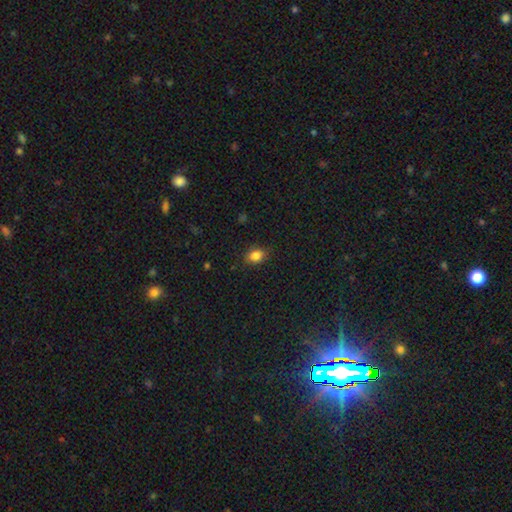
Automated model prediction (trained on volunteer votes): smooth_or_featured: smooth (p=0.85) [alt: star or artifact p=0.10]
how_rounded: in between (p=0.68) [alt: round p=0.30]
merging: none (p=0.84) [alt: minor disturbance p=0.12]